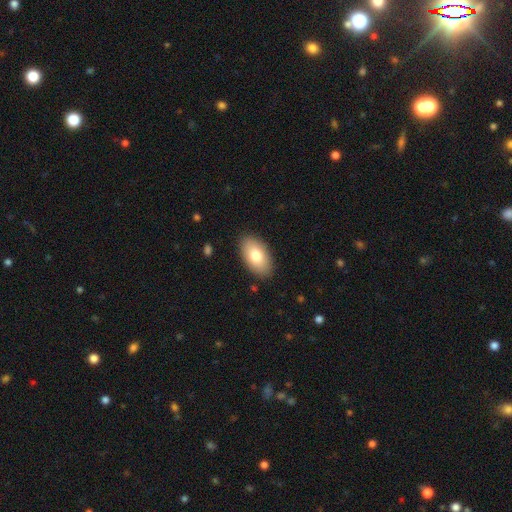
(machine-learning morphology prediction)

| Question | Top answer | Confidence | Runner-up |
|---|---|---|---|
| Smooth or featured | smooth | 78% | featured or disk (16%) |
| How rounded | in between | 94% | round (4%) |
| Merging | none | 87% | minor disturbance (10%) |